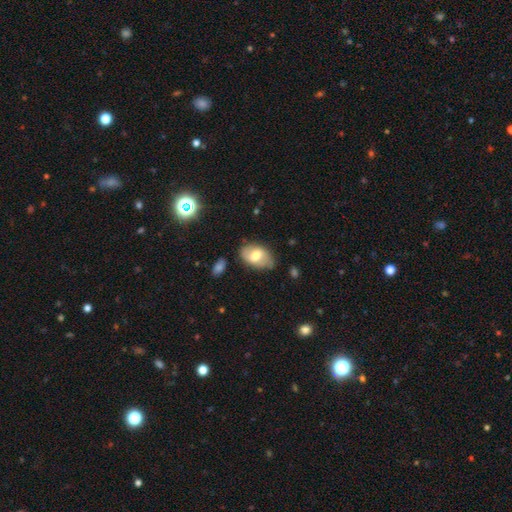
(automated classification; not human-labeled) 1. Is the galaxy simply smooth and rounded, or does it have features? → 55% smooth, 37% featured or disk, 8% star or artifact.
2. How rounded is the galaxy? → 89% in between, 9% round, 2% cigar-shaped.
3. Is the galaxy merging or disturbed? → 73% none, 20% minor disturbance, 5% major disturbance, 2% merger.